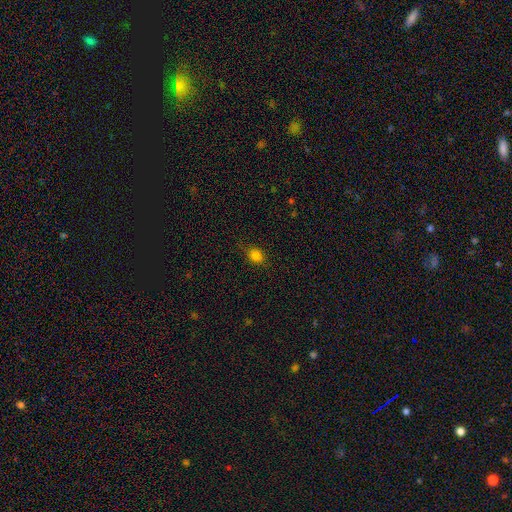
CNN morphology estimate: This is clearly a smooth galaxy (81%). How rounded: possibly round (56%). Merging: clearly none (80%).